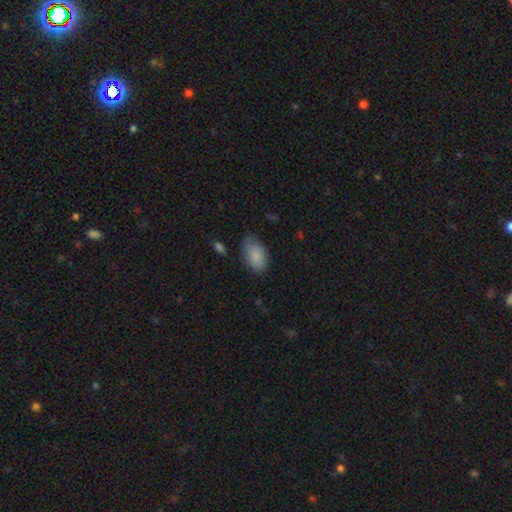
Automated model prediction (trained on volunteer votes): smooth 86%, featured or disk 8%, star or artifact 7%. Down the decision tree: how rounded — in between (93%); merging — none (66%).